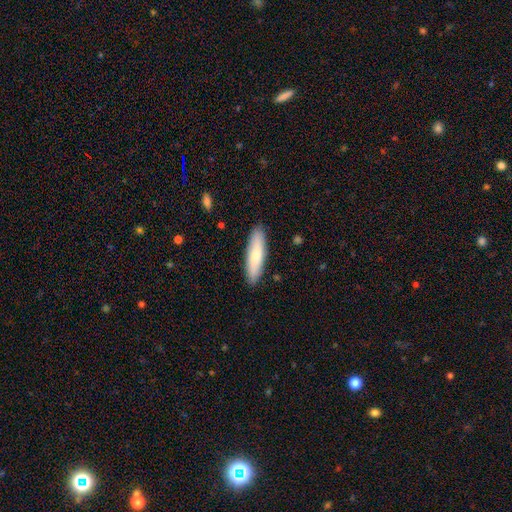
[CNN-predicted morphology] smooth_or_featured: smooth (p=0.72) [alt: featured or disk p=0.23]
how_rounded: cigar-shaped (p=0.65) [alt: in between p=0.33]
merging: none (p=0.89) [alt: minor disturbance p=0.09]